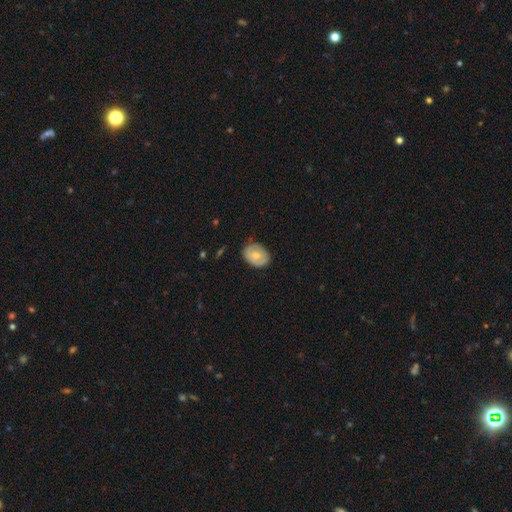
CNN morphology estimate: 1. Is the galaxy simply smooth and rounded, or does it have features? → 57% smooth, 37% featured or disk, 7% star or artifact.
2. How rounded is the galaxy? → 66% in between, 33% round, 1% cigar-shaped.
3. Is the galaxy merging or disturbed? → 73% none, 22% minor disturbance, 4% major disturbance, 1% merger.